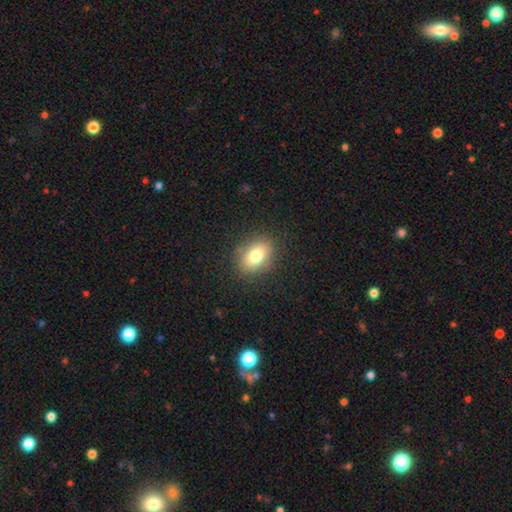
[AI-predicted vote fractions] Overall: smooth (78%). How rounded: in between (76%). Merging: none (85%).